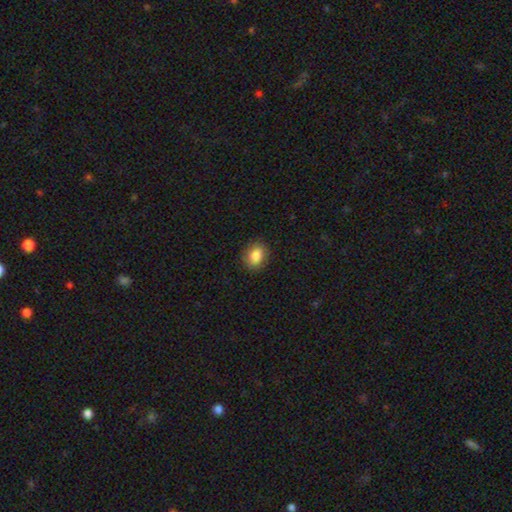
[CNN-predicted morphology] Smooth or featured? Predicted: smooth (p=0.85). How rounded? Predicted: in between (p=0.60). Merging? Predicted: none (p=0.88).